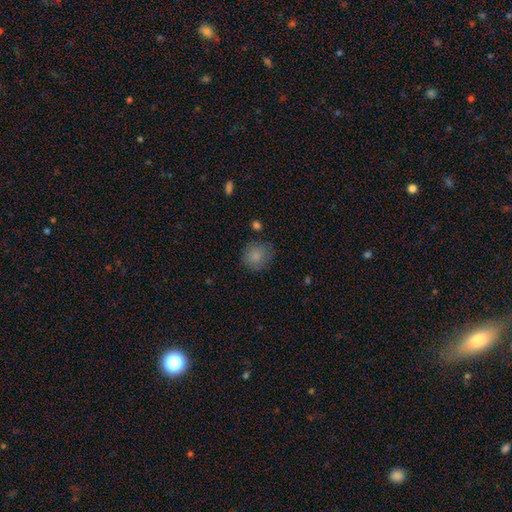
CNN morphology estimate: type=smooth (85%); roundness=round (83%); merging=none (77%).